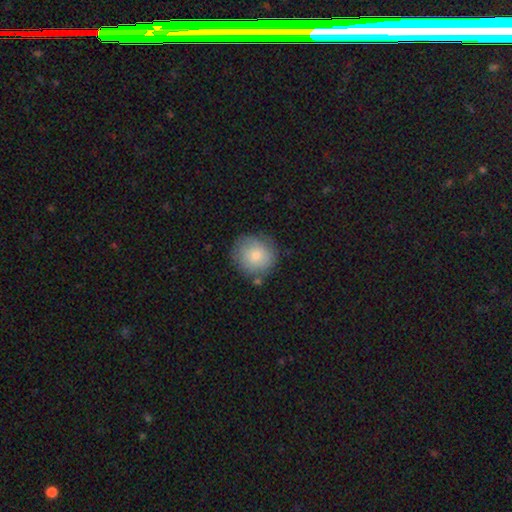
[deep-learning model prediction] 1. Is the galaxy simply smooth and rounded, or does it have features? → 72% smooth, 21% featured or disk, 7% star or artifact.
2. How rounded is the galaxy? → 90% round, 9% in between, 1% cigar-shaped.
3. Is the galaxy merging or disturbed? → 77% none, 16% minor disturbance, 4% major disturbance, 3% merger.